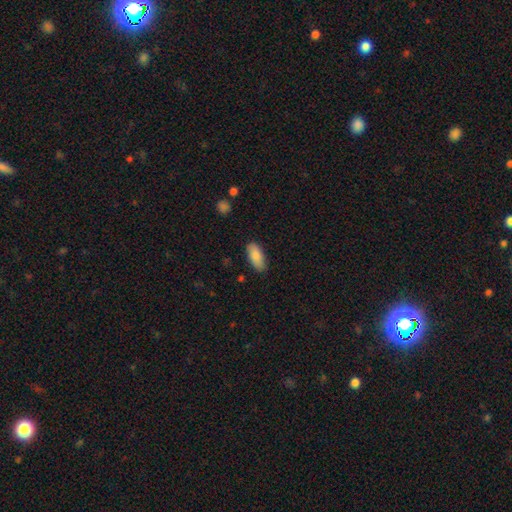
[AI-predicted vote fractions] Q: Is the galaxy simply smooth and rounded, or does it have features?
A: smooth — 87%.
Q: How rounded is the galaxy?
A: in between — 87%.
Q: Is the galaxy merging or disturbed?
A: none — 85%.